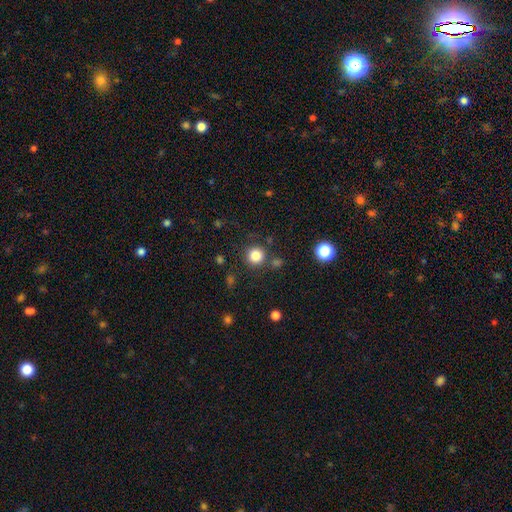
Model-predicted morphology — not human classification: This is clearly a smooth galaxy (83%). How rounded: clearly round (94%). Merging: clearly none (85%).